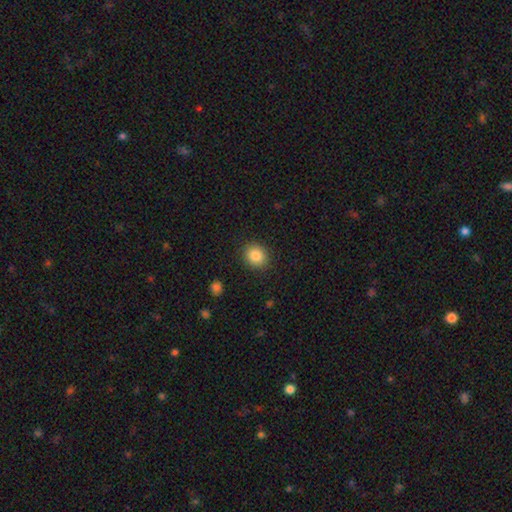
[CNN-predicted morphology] smooth 85%, star or artifact 9%, featured or disk 6%. Down the decision tree: how rounded — round (73%); merging — none (90%).